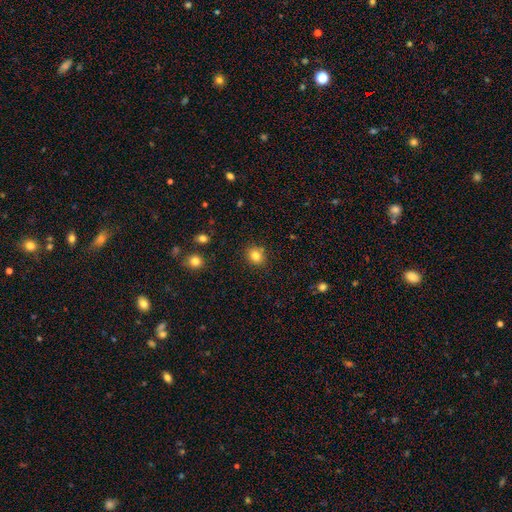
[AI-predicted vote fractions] Smooth or featured? smooth (81%)
How rounded? round (66%)
Merging? none (83%)